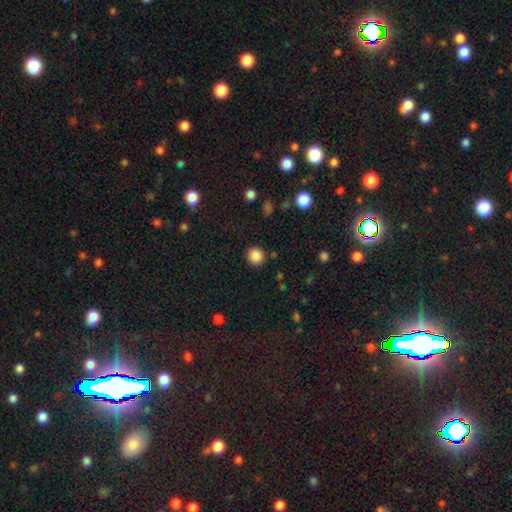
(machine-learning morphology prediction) A smooth galaxy with no disk features (86%) that is round (86%). Merging: none (88%).